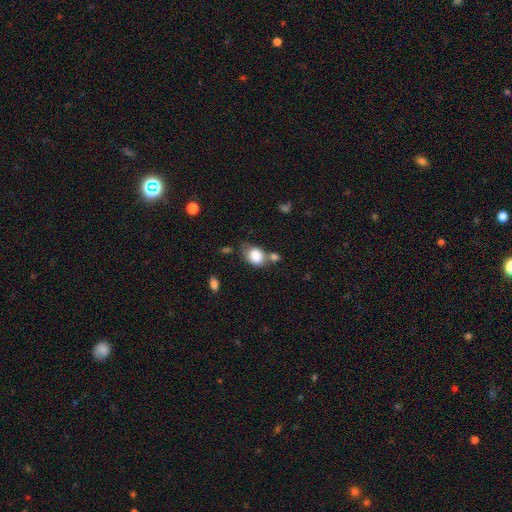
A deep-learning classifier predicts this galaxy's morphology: This is clearly a smooth galaxy (83%). How rounded: likely in between (68%). Merging: marginally none (39%).